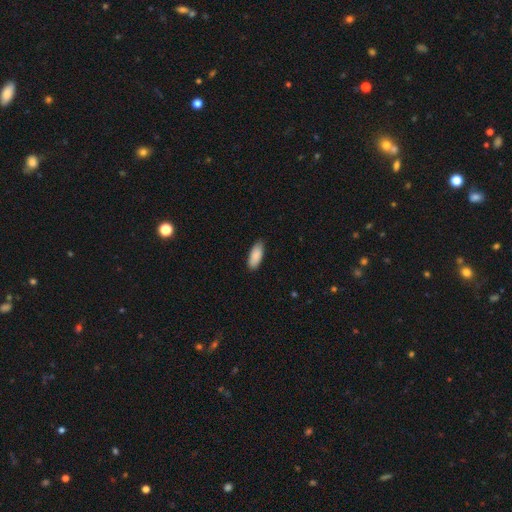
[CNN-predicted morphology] smooth-or-featured: smooth: 89% | star or artifact: 6% | featured or disk: 5%
  how-rounded: in between: 81% | cigar-shaped: 17% | round: 2%
  merging: none: 85% | minor disturbance: 12% | major disturbance: 2% | merger: 1%